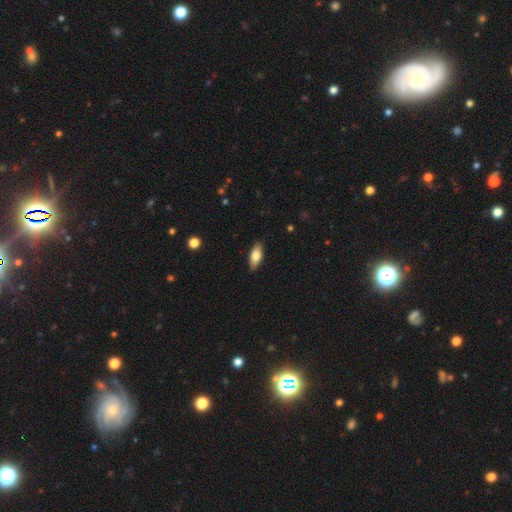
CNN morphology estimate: Smooth or featured: smooth — 74% (featured or disk — 20%)
How rounded: in between — 77% (cigar-shaped — 20%)
Merging: none — 89% (minor disturbance — 9%)